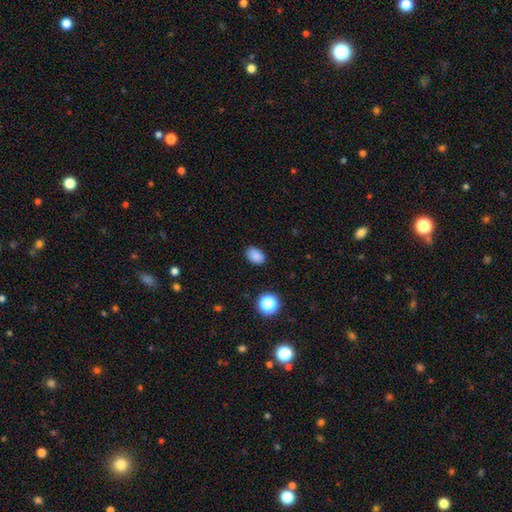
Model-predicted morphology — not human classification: type=smooth (85%); roundness=in between (80%); merging=none (84%).